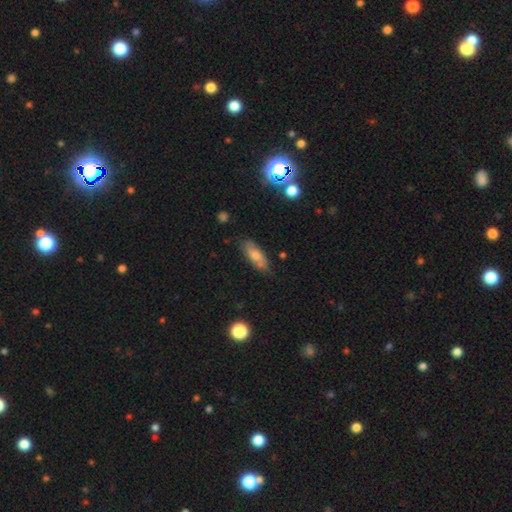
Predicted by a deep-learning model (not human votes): smooth-or-featured: smooth: 66% | featured or disk: 26% | star or artifact: 8%
  how-rounded: in between: 71% | cigar-shaped: 26% | round: 3%
  merging: none: 70% | minor disturbance: 20% | merger: 5% | major disturbance: 5%